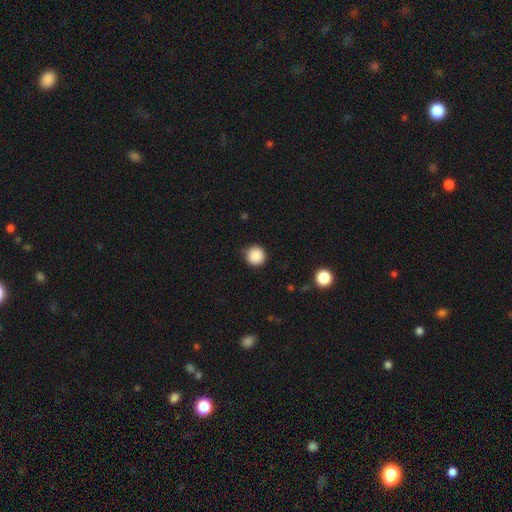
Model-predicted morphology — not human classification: smooth_or_featured: smooth (p=0.88) [alt: star or artifact p=0.09]
how_rounded: round (p=0.95) [alt: in between p=0.04]
merging: none (p=0.89) [alt: minor disturbance p=0.08]